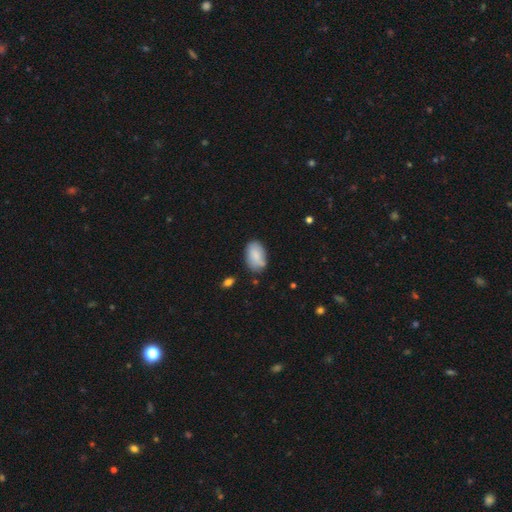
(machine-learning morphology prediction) Q: Smooth or featured?
A: smooth (80%); runner-up: featured or disk (13%)
Q: How rounded?
A: in between (93%); runner-up: round (6%)
Q: Merging?
A: none (69%); runner-up: minor disturbance (23%)